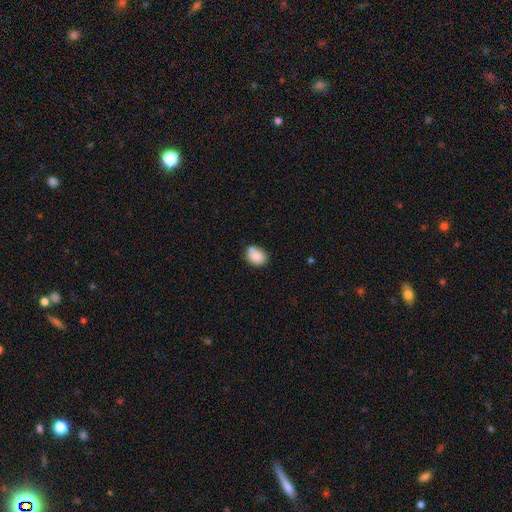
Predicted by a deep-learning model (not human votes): Morphology: type=smooth (84%); roundness=in between (64%); merging=none (57%).